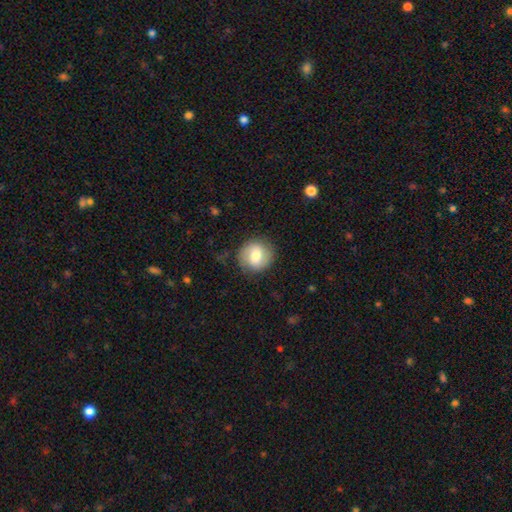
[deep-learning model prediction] Smooth or featured? smooth (65%)
How rounded? round (83%)
Merging? none (82%)